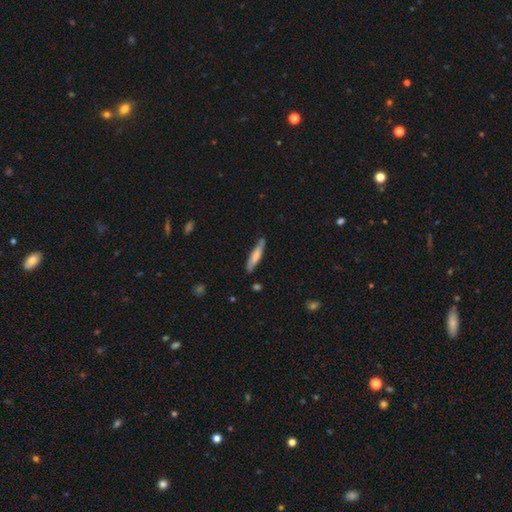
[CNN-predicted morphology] type=smooth (65%); roundness=cigar-shaped (85%); merging=none (78%).